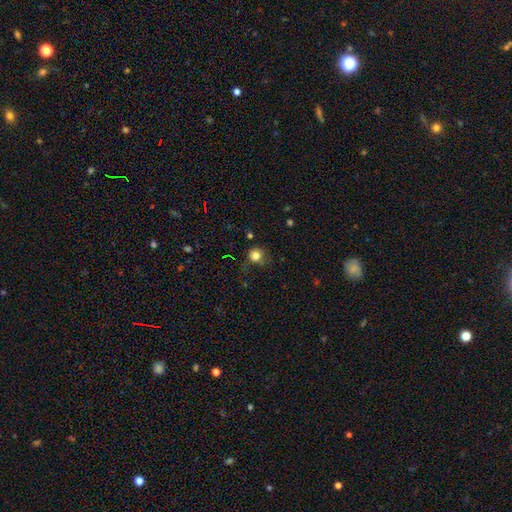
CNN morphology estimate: This appears to be a smooth galaxy with no disk features (81%) that is round (87%). Merging: none (65%).